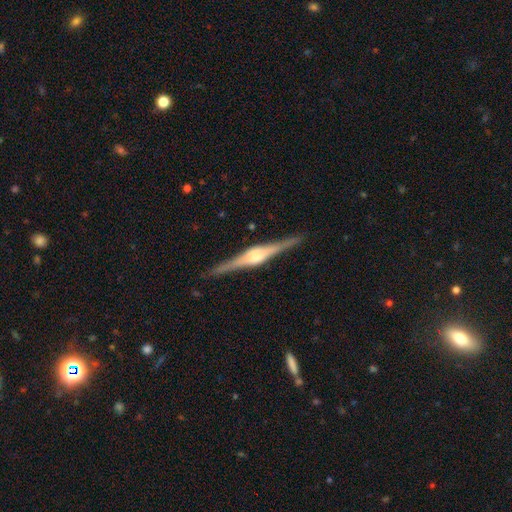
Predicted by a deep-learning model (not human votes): A featured or disk galaxy (87%) viewed edge-on (98%) with a rounded central bulge (72%).

Vote fractions:
- Smooth or featured? featured or disk: 87% / smooth: 9% / star or artifact: 5%
- Edge-on disk? yes: 98% / no: 2%
- Edge-on bulge? rounded: 72% / boxy: 25% / none: 4%
- Merging? none: 91% / minor disturbance: 7% / major disturbance: 1% / merger: 1%